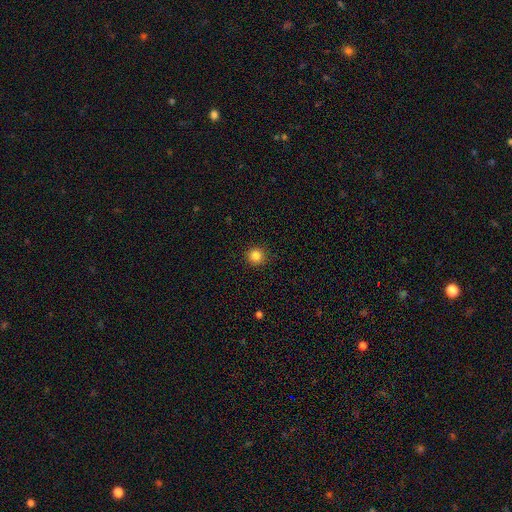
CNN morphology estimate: Smooth or featured? Predicted: smooth (p=0.85). How rounded? Predicted: round (p=0.94). Merging? Predicted: none (p=0.91).